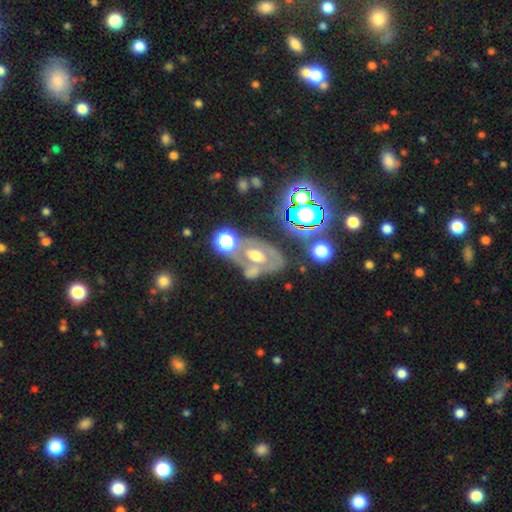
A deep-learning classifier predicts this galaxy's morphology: This appears to be a featured or disk galaxy (58%) with no bar (69%), no spiral arms (65%) and a moderate central bulge (58%). Merging: none (46%).